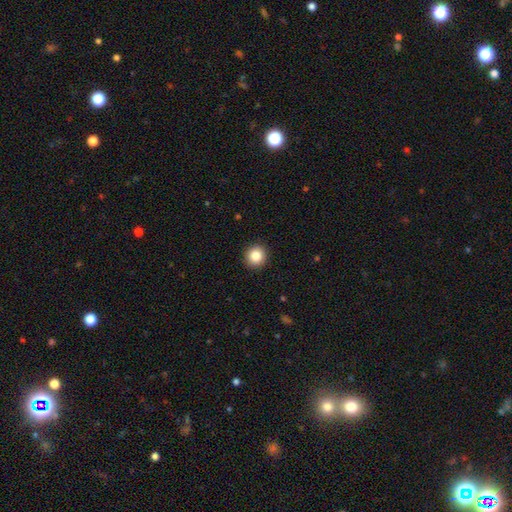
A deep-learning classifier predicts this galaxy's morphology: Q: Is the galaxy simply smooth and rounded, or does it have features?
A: smooth — 85%.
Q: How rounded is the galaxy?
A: round — 91%.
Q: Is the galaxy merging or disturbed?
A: none — 92%.